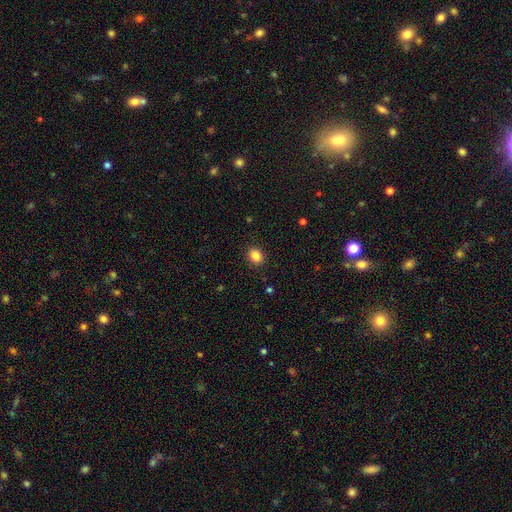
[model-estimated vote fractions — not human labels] Smooth or featured? smooth (86%)
How rounded? round (53%)
Merging? none (90%)